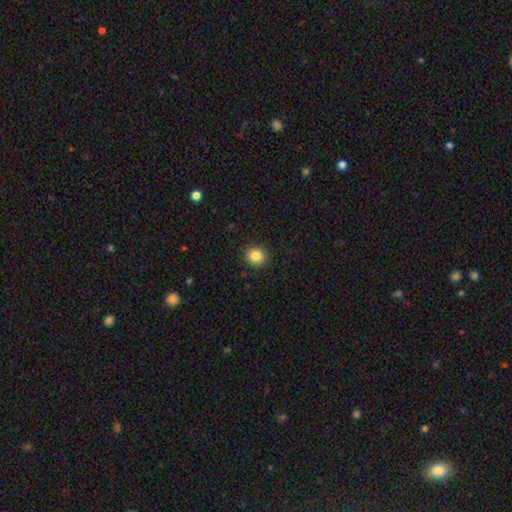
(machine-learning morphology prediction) Overall: smooth (84%). How rounded: round (87%). Merging: none (91%).